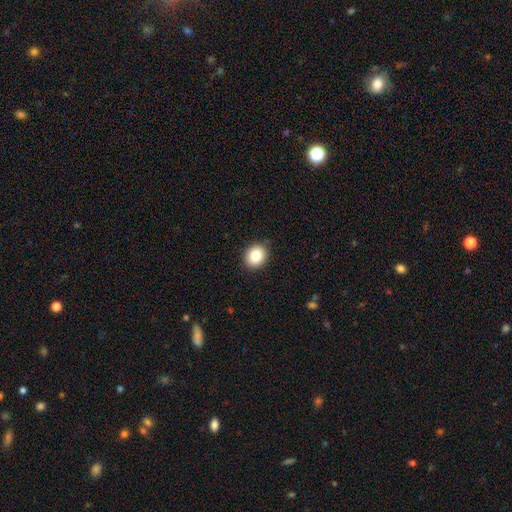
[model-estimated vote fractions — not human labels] smooth_or_featured: smooth (p=0.83) [alt: star or artifact p=0.09]
how_rounded: round (p=0.69) [alt: in between p=0.31]
merging: none (p=0.89) [alt: minor disturbance p=0.08]